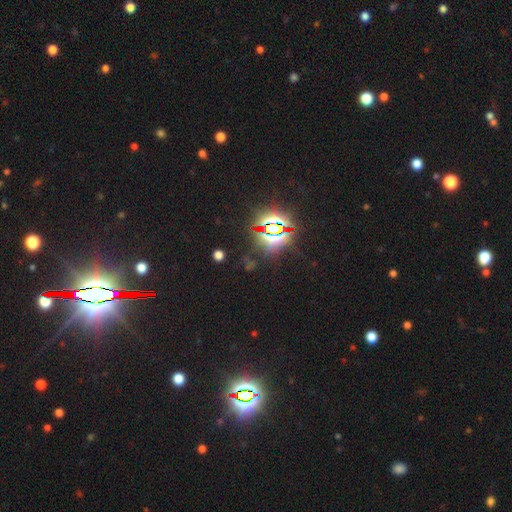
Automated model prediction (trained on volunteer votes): star or artifact 85%, smooth 8%, featured or disk 7%.